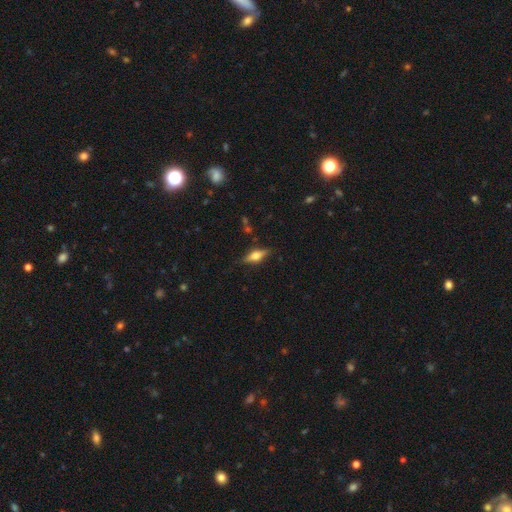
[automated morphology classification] The model was most divided on "smooth or featured": featured or disk: 55%, smooth: 37%, star or artifact: 8%. More confident: edge-on disk — yes (93%); edge-on bulge — rounded (90%); merging — none (83%).